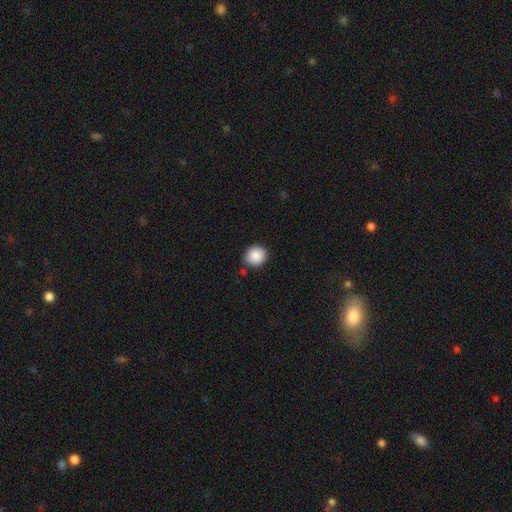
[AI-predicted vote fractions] smooth_or_featured: smooth (p=0.88) [alt: star or artifact p=0.08]
how_rounded: round (p=0.90) [alt: in between p=0.09]
merging: none (p=0.83) [alt: minor disturbance p=0.10]